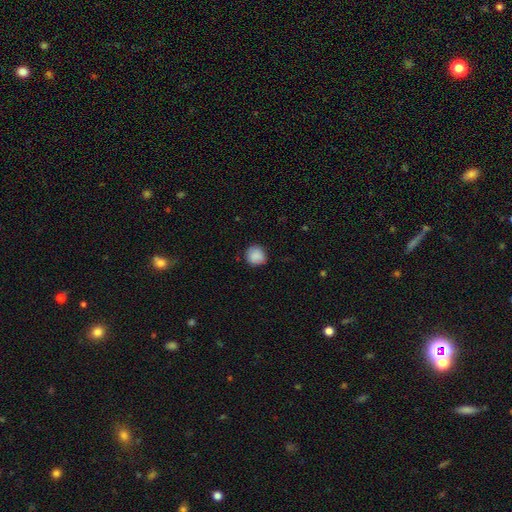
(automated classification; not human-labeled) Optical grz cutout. It shows a smooth galaxy with no disk features (87%) that is round (89%). Merging: none (82%).